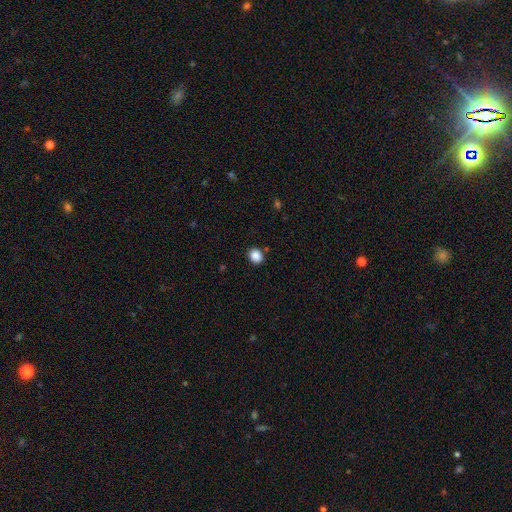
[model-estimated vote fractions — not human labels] A smooth galaxy with no disk features (87%) that is round (71%). Merging: none (88%).